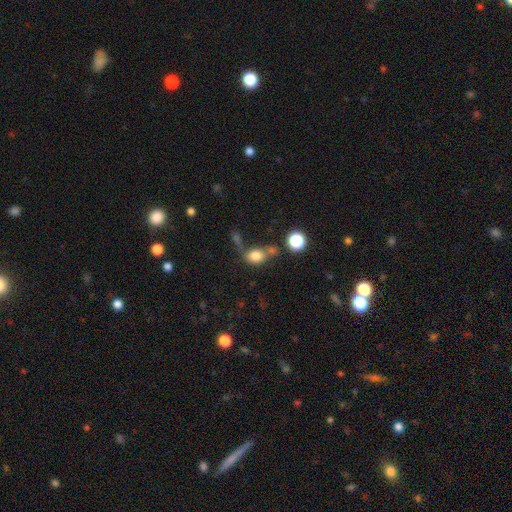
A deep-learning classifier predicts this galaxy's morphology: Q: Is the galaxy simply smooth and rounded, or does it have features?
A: smooth — 78%.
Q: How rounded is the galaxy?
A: in between — 59%.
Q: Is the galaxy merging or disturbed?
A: none — 42%.